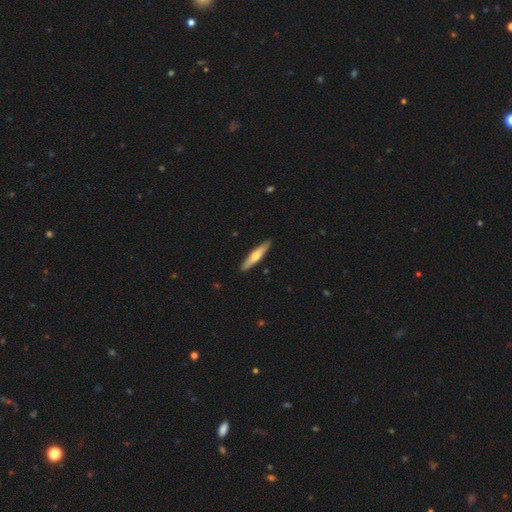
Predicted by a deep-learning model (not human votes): This is possibly a smooth galaxy (49%). Merging: clearly none (91%).